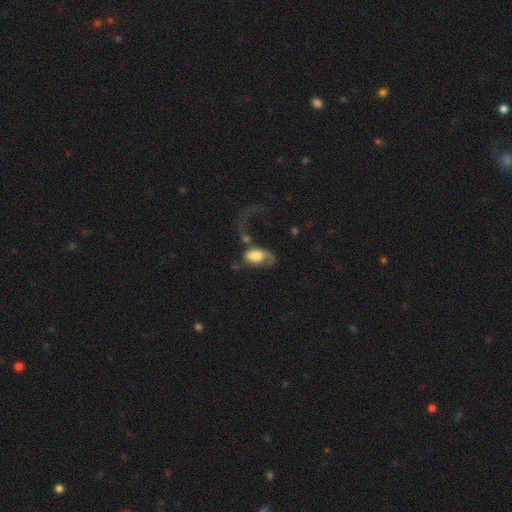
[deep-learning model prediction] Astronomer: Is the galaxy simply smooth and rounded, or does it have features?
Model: smooth — 50% (runner-up: featured or disk, 42%).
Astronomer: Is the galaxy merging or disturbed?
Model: major disturbance — 53%.